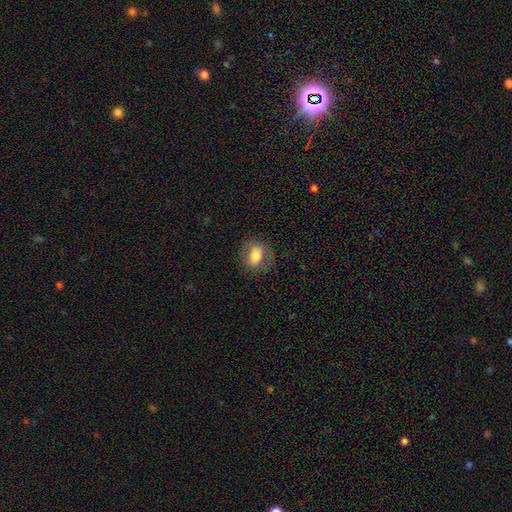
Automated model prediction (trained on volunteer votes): Smooth or featured? smooth (68%)
How rounded? in between (72%)
Merging? none (75%)